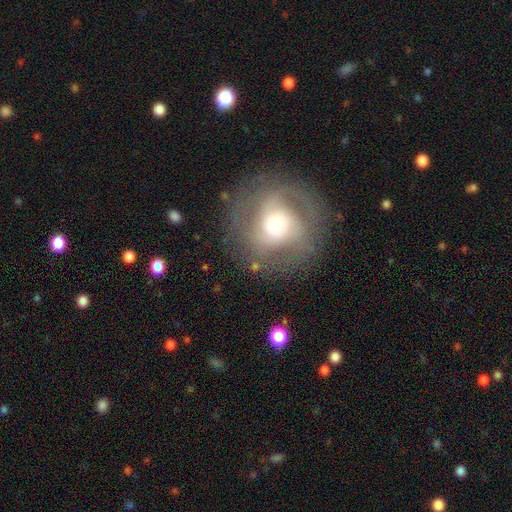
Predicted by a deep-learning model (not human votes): smooth_or_featured: featured or disk (p=0.59) [alt: smooth p=0.29]
disk_edge_on: no (p=0.95) [alt: yes p=0.05]
bar: no (p=0.57) [alt: weak p=0.32]
has_spiral_arms: yes (p=0.70) [alt: no p=0.30]
bulge_size: moderate (p=0.49) [alt: large p=0.32]
merging: none (p=0.79) [alt: minor disturbance p=0.13]